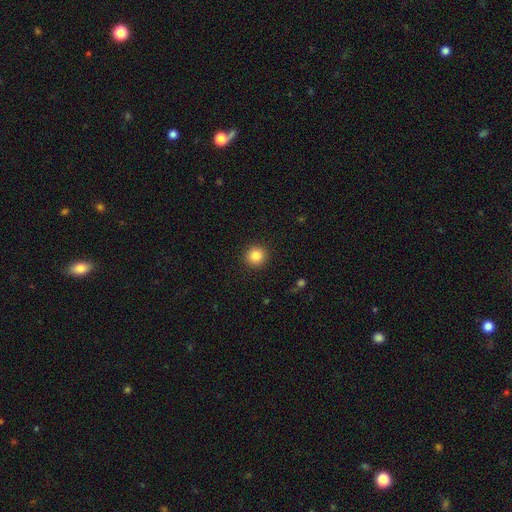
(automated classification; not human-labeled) Morphology: type=smooth (86%); roundness=round (94%); merging=none (92%).